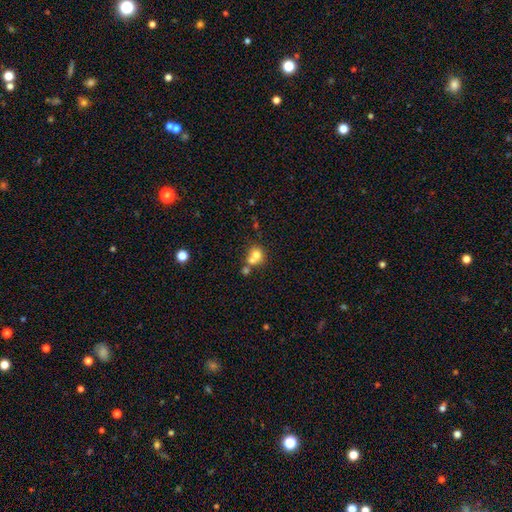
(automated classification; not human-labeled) The model was most divided on "merging": merger: 53%, none: 36%, minor disturbance: 8%, major disturbance: 4%. More confident: how rounded — round (77%); smooth or featured — smooth (72%).